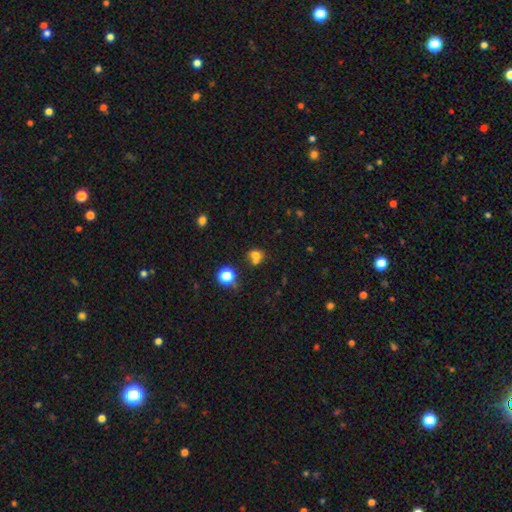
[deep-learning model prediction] smooth_or_featured: smooth (p=0.69) [alt: star or artifact p=0.18]
how_rounded: round (p=0.72) [alt: in between p=0.27]
merging: merger (p=0.47) [alt: none p=0.39]